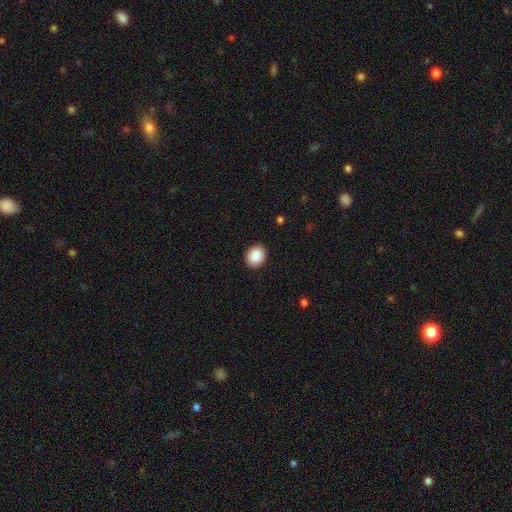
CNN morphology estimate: This is clearly a smooth galaxy (89%). How rounded: likely round (71%). Merging: clearly none (91%).